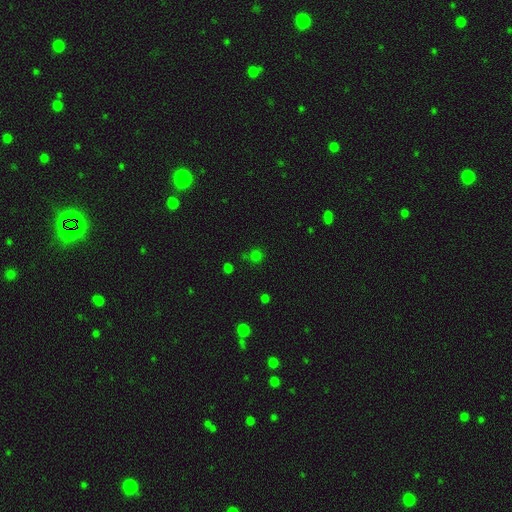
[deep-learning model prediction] Morphology: type=smooth (65%); roundness=round (90%); merging=none (76%).